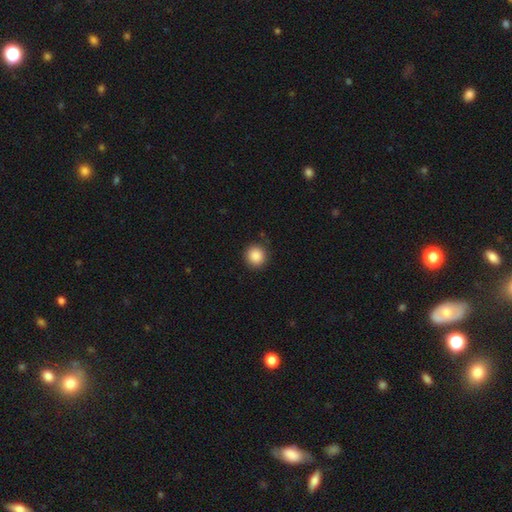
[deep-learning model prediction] This appears to be a smooth galaxy with no disk features (88%) that is round (93%). Merging: none (89%).